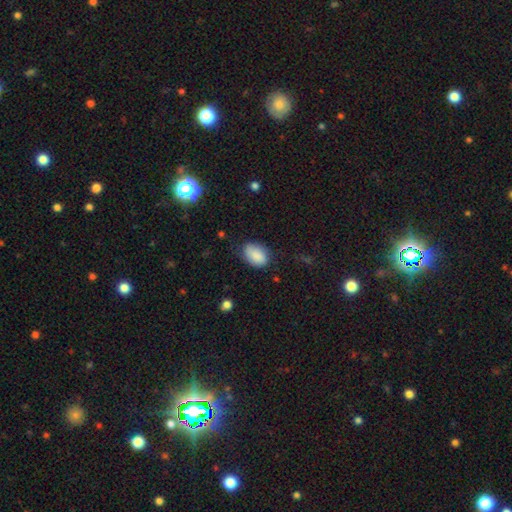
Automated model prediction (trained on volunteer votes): This is clearly a smooth galaxy (86%). How rounded: clearly in between (87%). Merging: likely none (68%).